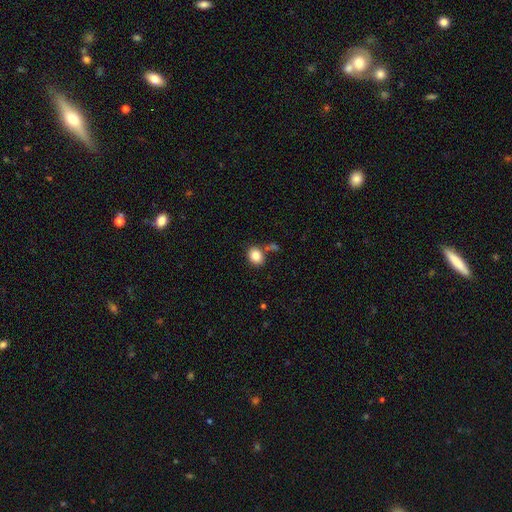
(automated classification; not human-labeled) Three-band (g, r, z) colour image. It shows a smooth galaxy with no disk features (85%) that is in between round and cigar-shaped (54%). Merging: none (71%).